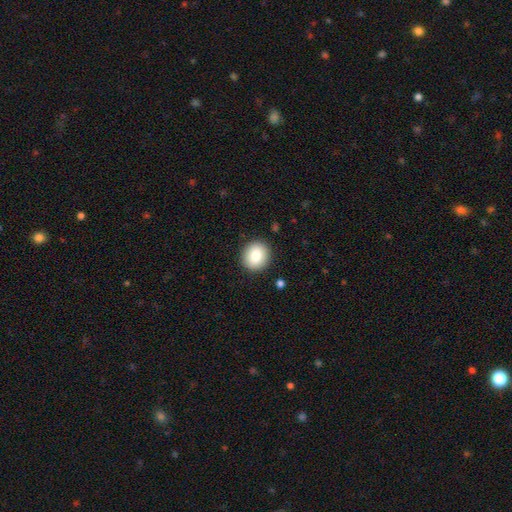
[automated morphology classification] This is clearly a smooth galaxy (84%). How rounded: clearly round (84%). Merging: clearly none (90%).